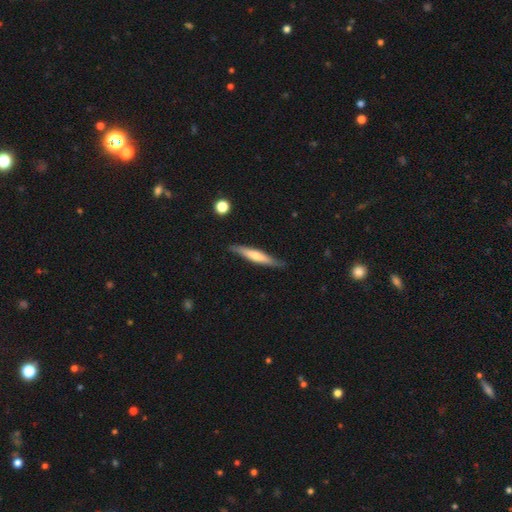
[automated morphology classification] smooth_or_featured: smooth (p=0.54) [alt: featured or disk p=0.41]
how_rounded: cigar-shaped (p=0.91) [alt: in between p=0.08]
merging: none (p=0.84) [alt: minor disturbance p=0.13]